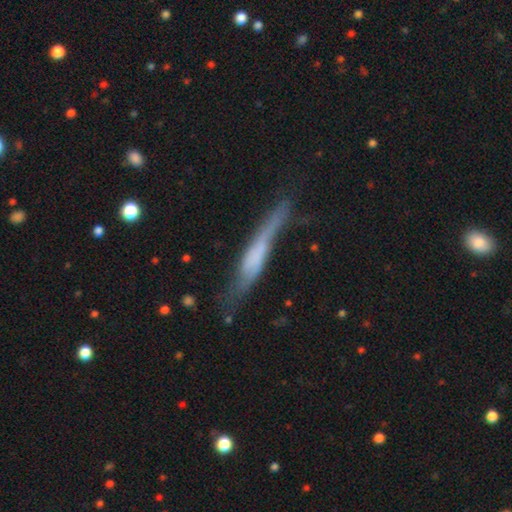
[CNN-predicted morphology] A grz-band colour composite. It shows a featured or disk galaxy (51%) viewed edge-on (80%). Merging: none (46%).